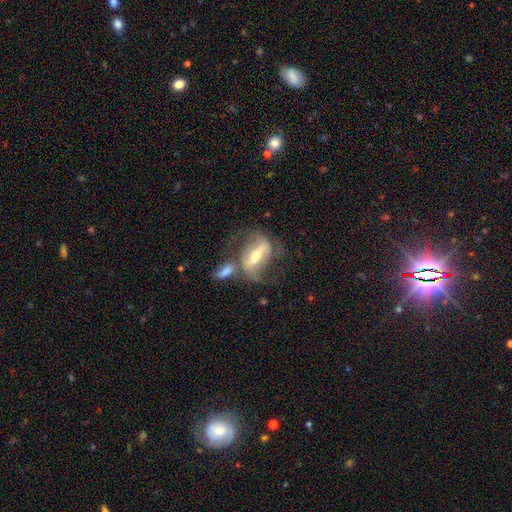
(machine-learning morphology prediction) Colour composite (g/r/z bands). It shows a featured or disk galaxy (75%) with a strong bar (58%), spiral arms (73%) and a moderate central bulge (58%). Merging: none (36%).